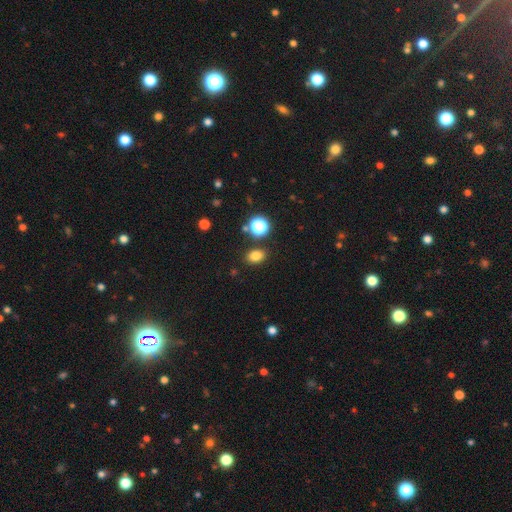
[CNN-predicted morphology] Q: Smooth or featured?
A: smooth (80%); runner-up: star or artifact (15%)
Q: How rounded?
A: in between (69%); runner-up: round (30%)
Q: Merging?
A: none (84%); runner-up: minor disturbance (9%)